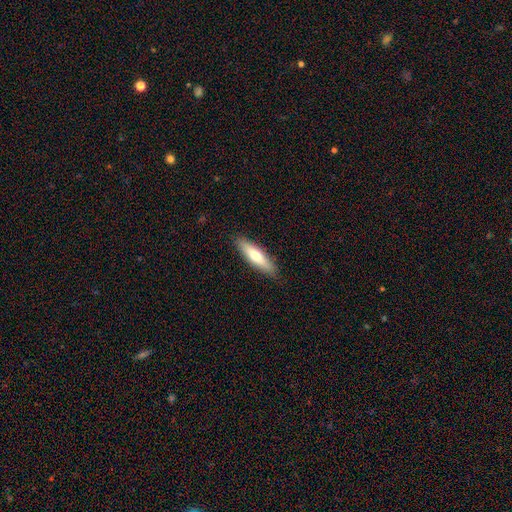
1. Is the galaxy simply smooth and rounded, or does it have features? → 66% smooth, 32% featured or disk, 3% star or artifact.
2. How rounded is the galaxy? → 72% cigar-shaped, 28% in between, 0% round.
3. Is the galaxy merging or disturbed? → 89% none, 8% minor disturbance, 3% major disturbance, 0% merger.